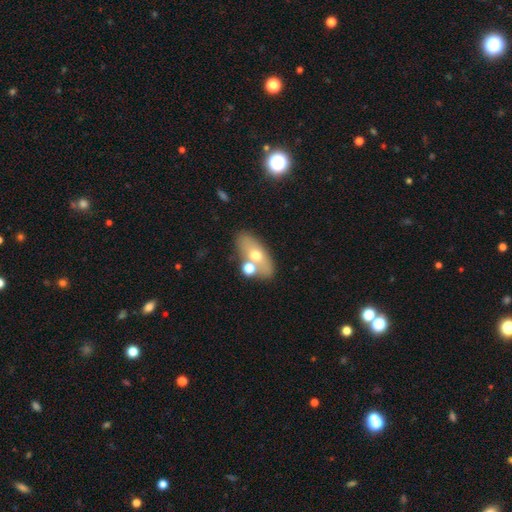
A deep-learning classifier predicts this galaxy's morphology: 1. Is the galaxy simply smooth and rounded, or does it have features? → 57% smooth, 33% featured or disk, 10% star or artifact.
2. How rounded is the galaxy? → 79% in between, 12% cigar-shaped, 10% round.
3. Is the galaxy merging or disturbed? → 67% none, 18% merger, 11% minor disturbance, 4% major disturbance.